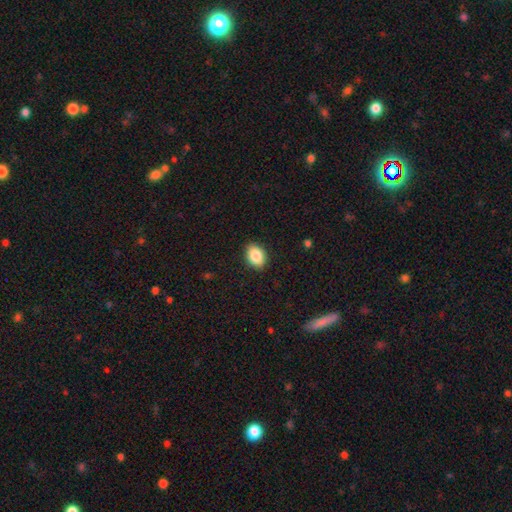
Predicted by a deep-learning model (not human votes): smooth-or-featured: smooth: 87% | star or artifact: 8% | featured or disk: 5%
  how-rounded: in between: 77% | round: 22% | cigar-shaped: 1%
  merging: none: 89% | minor disturbance: 8% | major disturbance: 2% | merger: 1%